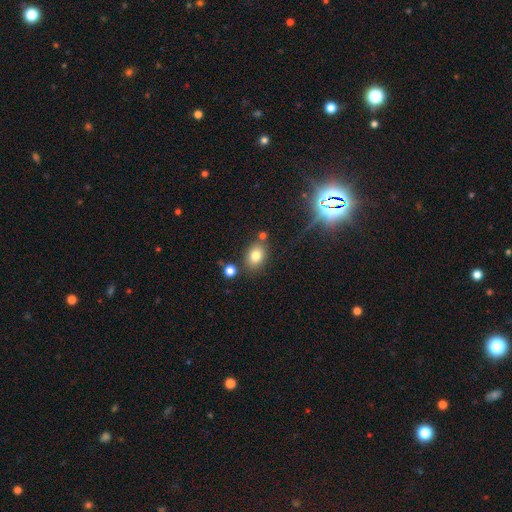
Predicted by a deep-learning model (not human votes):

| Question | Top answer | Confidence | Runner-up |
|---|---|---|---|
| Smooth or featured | smooth | 78% | star or artifact (13%) |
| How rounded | in between | 63% | round (36%) |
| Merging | none | 76% | minor disturbance (12%) |